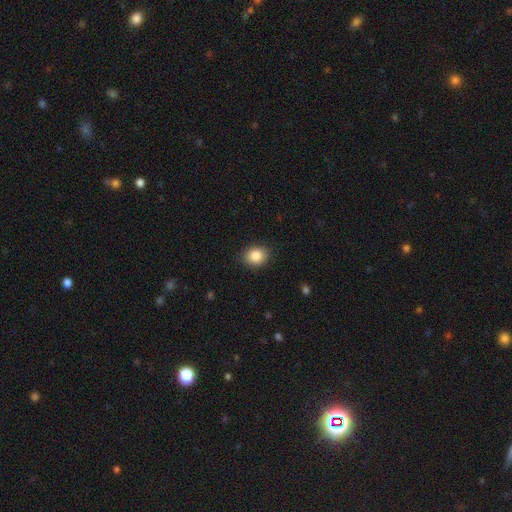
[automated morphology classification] A smooth galaxy with no disk features (87%) that is round (53%).

Vote fractions:
- Smooth or featured? smooth: 87% / star or artifact: 9% / featured or disk: 4%
- How rounded? round: 53% / in between: 46% / cigar-shaped: 1%
- Merging? none: 86% / minor disturbance: 10% / major disturbance: 2% / merger: 1%